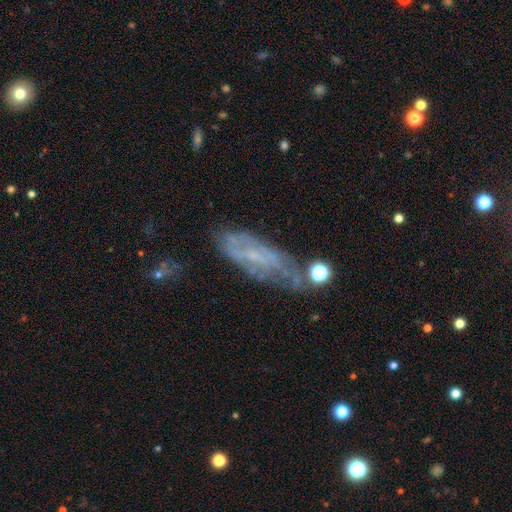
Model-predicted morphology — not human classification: This is likely a featured or disk galaxy (64%). It is clearly not viewed edge-on (80%). Bar: possibly no (51%). Spiral arm pattern: likely yes (66%). Central bulge: likely small (65%). Merging: possibly none (50%).